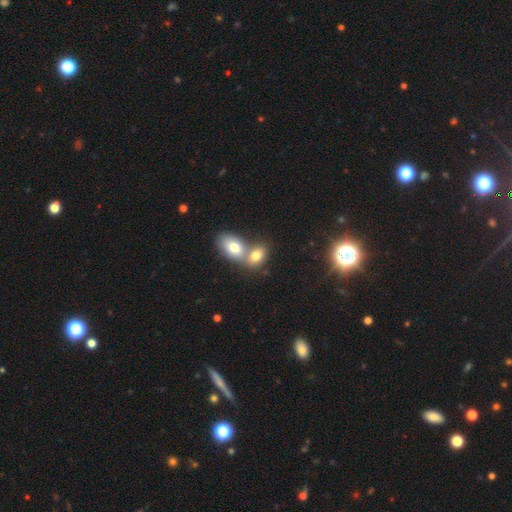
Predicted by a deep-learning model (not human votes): smooth-or-featured: smooth: 75% | featured or disk: 15% | star or artifact: 10%
  how-rounded: in between: 83% | round: 16% | cigar-shaped: 2%
  merging: merger: 63% | none: 28% | minor disturbance: 7% | major disturbance: 3%